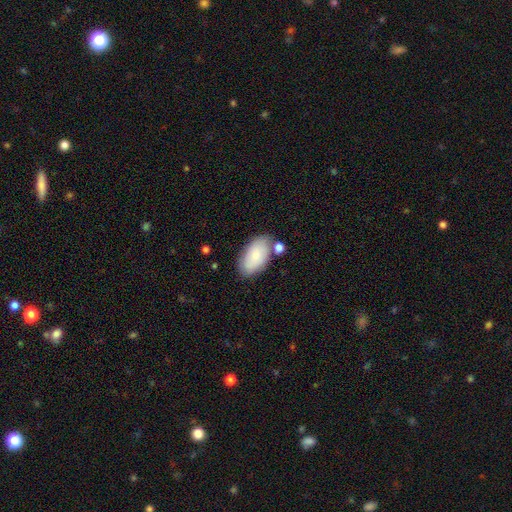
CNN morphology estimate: type=smooth (81%); roundness=in between (95%); merging=none (69%).